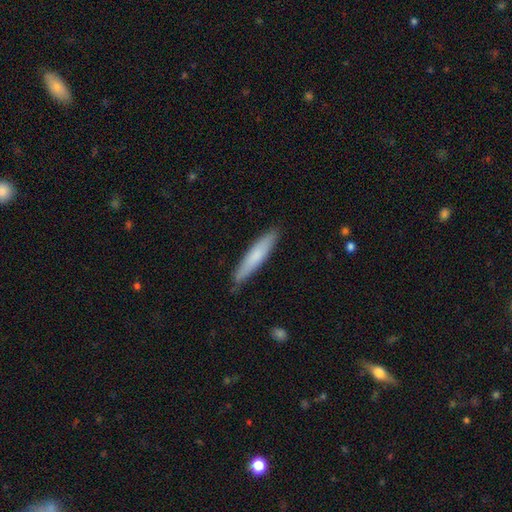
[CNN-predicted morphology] Smooth or featured: smooth — 74% (featured or disk — 21%)
How rounded: cigar-shaped — 89% (in between — 10%)
Merging: none — 85% (minor disturbance — 12%)